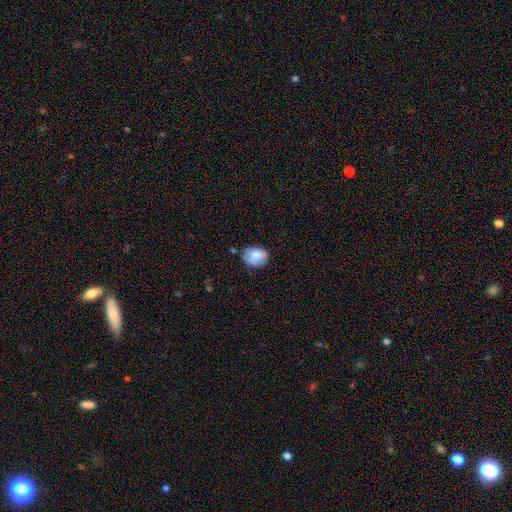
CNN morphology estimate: This appears to be a smooth galaxy with no disk features (80%) that is in between round and cigar-shaped (58%). Merging: none (65%).